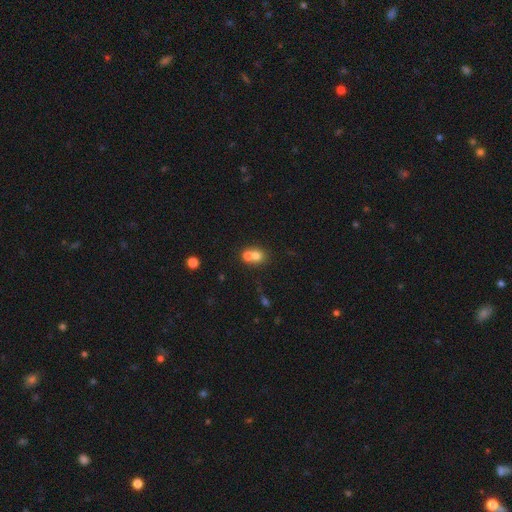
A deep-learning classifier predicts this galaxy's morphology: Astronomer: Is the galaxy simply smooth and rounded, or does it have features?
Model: smooth — 70%.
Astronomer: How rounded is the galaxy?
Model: round — 74%.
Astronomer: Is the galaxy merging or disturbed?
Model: merger — 63%.